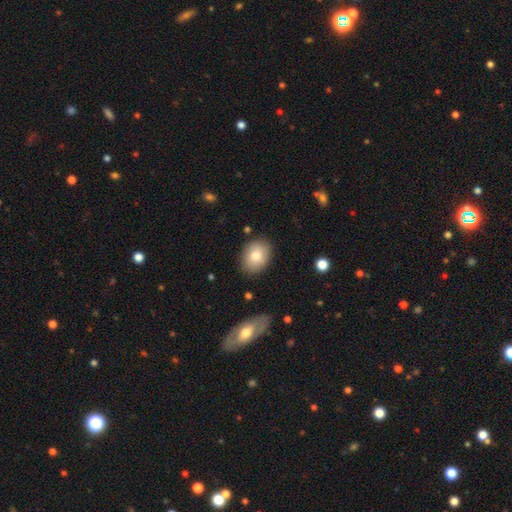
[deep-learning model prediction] This is likely a smooth galaxy (79%). How rounded: likely in between (66%). Merging: clearly none (85%).